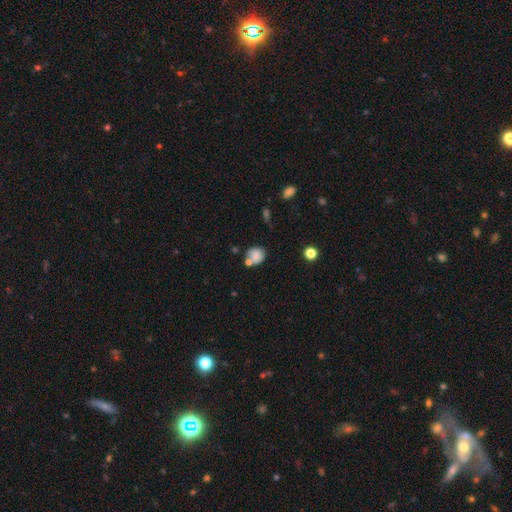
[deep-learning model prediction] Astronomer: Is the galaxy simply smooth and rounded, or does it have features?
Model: smooth — 77%.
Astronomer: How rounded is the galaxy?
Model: round — 74%.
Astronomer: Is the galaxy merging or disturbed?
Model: none — 51%.